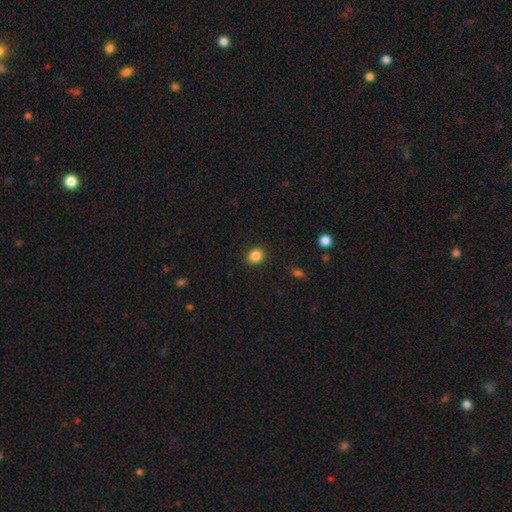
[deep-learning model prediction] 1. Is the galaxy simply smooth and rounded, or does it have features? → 87% smooth, 10% star or artifact, 4% featured or disk.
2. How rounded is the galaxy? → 56% round, 43% in between, 1% cigar-shaped.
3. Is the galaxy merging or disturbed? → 90% none, 7% minor disturbance, 2% major disturbance, 1% merger.